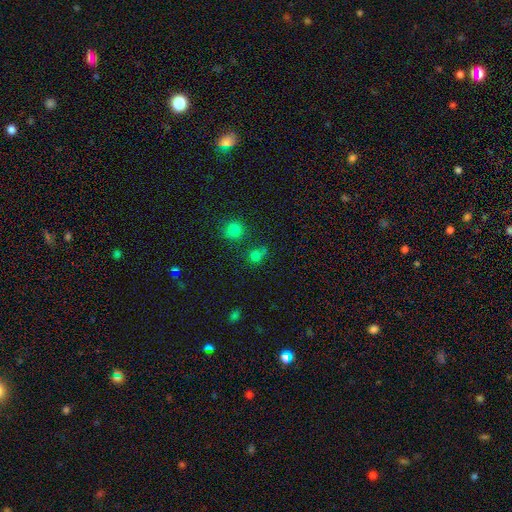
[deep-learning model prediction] Smooth or featured? Predicted: smooth (p=0.70). How rounded? Predicted: round (p=0.83). Merging? Predicted: none (p=0.61).